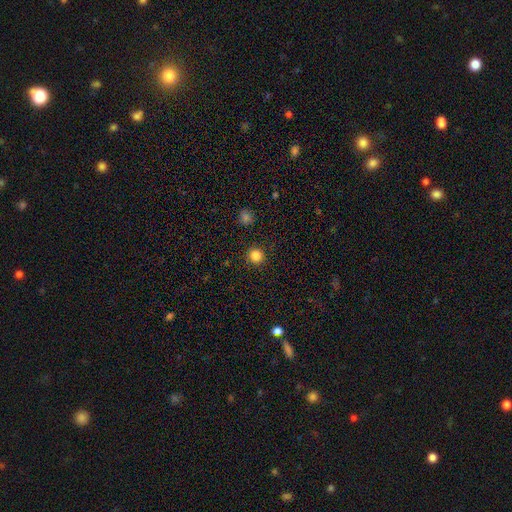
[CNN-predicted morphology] Q: Smooth or featured?
A: smooth (84%); runner-up: star or artifact (12%)
Q: How rounded?
A: round (95%); runner-up: in between (4%)
Q: Merging?
A: none (92%); runner-up: minor disturbance (5%)